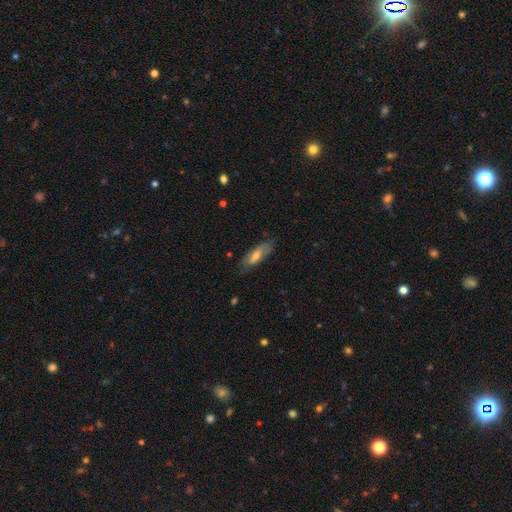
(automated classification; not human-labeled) A smooth galaxy with no disk features (51%) that is in between round and cigar-shaped (57%). Merging: none (76%).